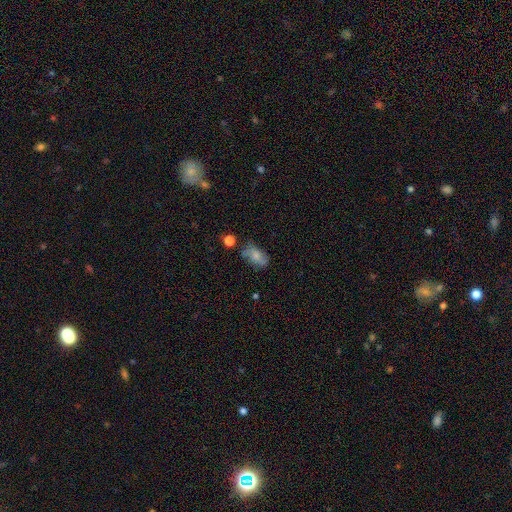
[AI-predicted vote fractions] Smooth or featured?
  - smooth: 63% *
  - featured or disk: 27%
  - star or artifact: 10%
How rounded?
  - in between: 88% *
  - round: 9%
  - cigar-shaped: 3%
Merging?
  - none: 56% *
  - minor disturbance: 28%
  - major disturbance: 11%
  - merger: 5%